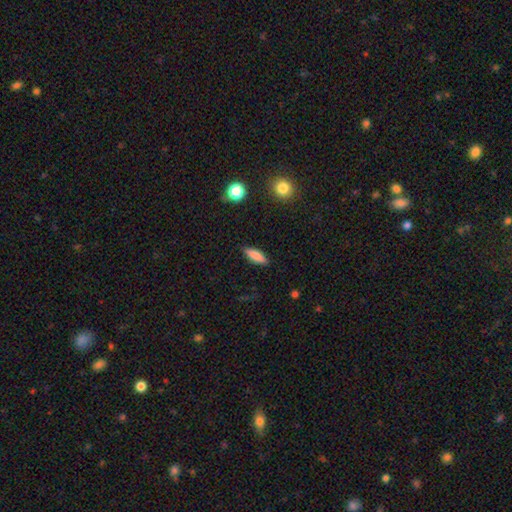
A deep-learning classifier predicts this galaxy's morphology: A smooth galaxy with no disk features (81%) that is in between round and cigar-shaped (53%). Merging: none (87%).